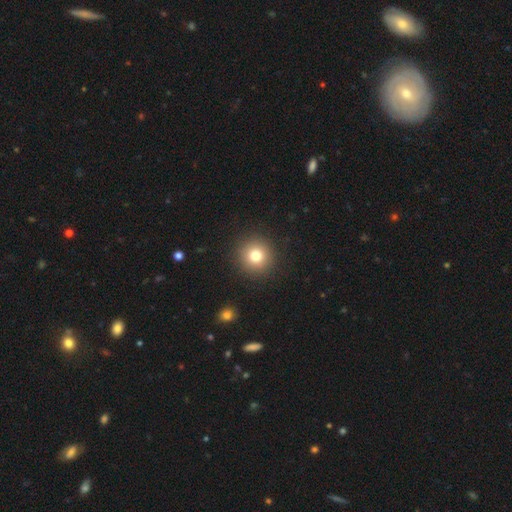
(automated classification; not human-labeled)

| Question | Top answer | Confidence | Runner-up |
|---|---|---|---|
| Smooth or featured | smooth | 80% | star or artifact (12%) |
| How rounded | round | 94% | in between (5%) |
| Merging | none | 92% | minor disturbance (5%) |